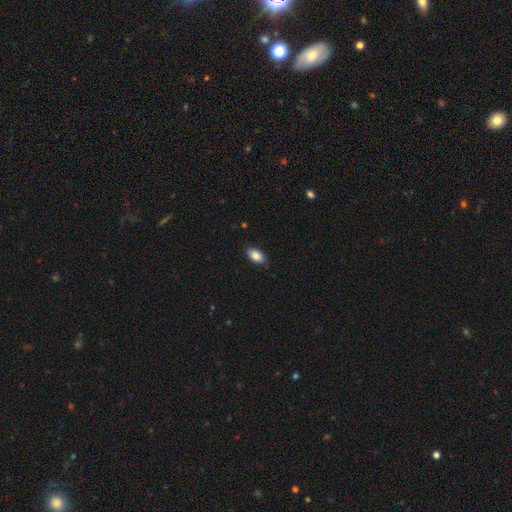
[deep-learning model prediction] Q: Smooth or featured?
A: smooth (84%); runner-up: featured or disk (9%)
Q: How rounded?
A: in between (93%); runner-up: round (4%)
Q: Merging?
A: none (87%); runner-up: minor disturbance (10%)